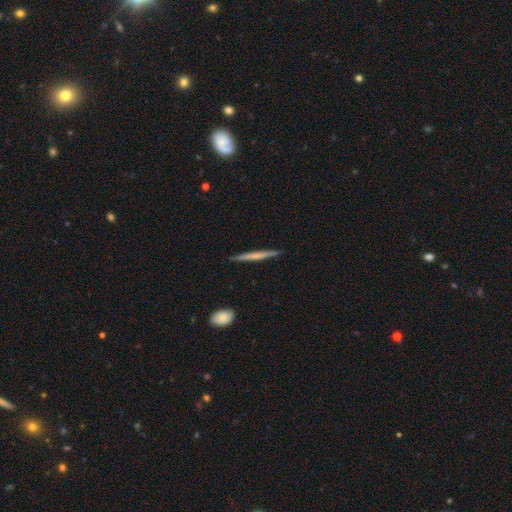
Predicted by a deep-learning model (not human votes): This is possibly a featured or disk galaxy (48%). Merging: clearly none (90%).